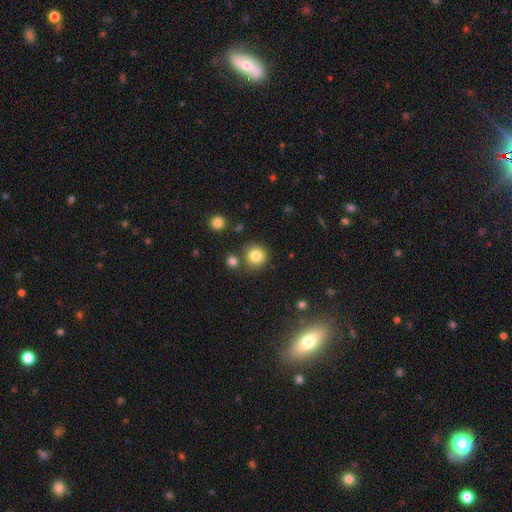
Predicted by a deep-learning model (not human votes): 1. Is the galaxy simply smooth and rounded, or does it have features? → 83% smooth, 11% star or artifact, 6% featured or disk.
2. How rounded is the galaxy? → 92% round, 7% in between, 1% cigar-shaped.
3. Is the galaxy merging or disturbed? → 77% none, 10% merger, 10% minor disturbance, 3% major disturbance.